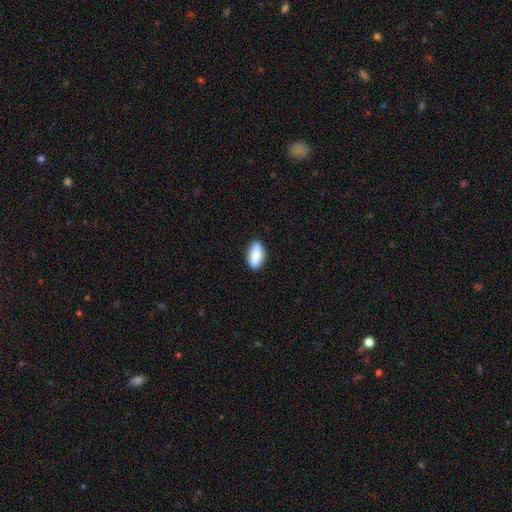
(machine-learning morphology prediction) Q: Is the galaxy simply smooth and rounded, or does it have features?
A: smooth — 79%.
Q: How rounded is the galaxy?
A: in between — 85%.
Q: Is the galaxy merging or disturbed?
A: none — 82%.